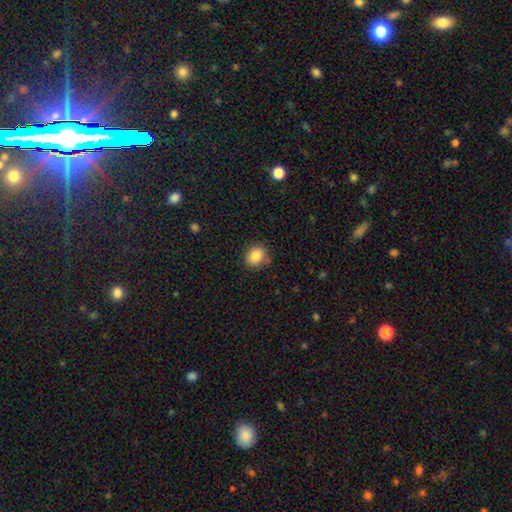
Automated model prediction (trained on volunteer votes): Smooth or featured? smooth (85%)
How rounded? round (59%)
Merging? none (82%)